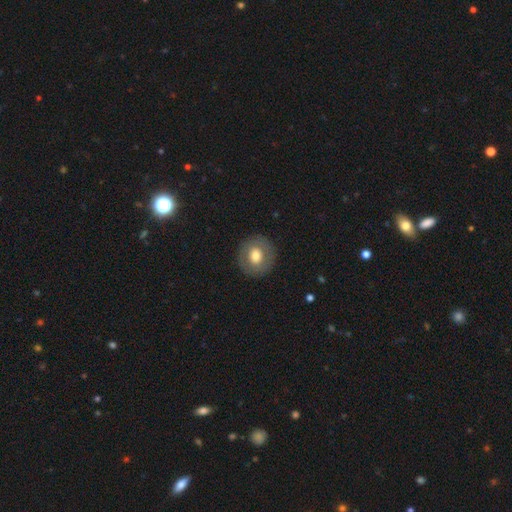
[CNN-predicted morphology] smooth-or-featured: smooth: 67% | featured or disk: 26% | star or artifact: 8%
  how-rounded: round: 84% | in between: 15% | cigar-shaped: 1%
  merging: none: 88% | minor disturbance: 8% | major disturbance: 3% | merger: 1%